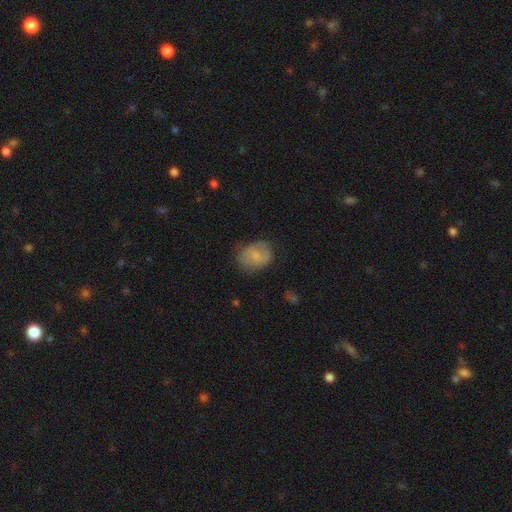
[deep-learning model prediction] smooth 69%, featured or disk 23%, star or artifact 8%. Down the decision tree: how rounded — in between (60%); merging — none (64%).